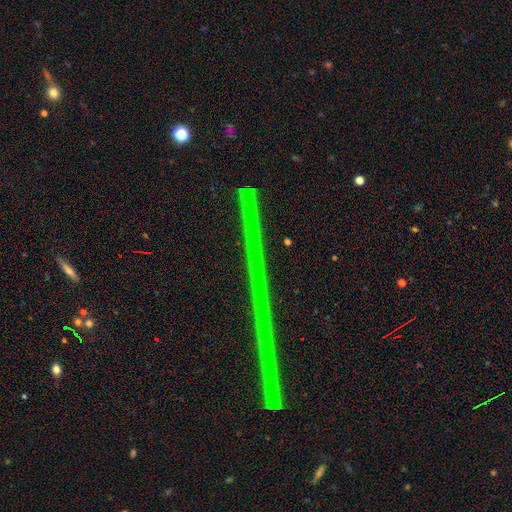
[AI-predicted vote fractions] Smooth or featured: star or artifact — 73% (featured or disk — 18%)